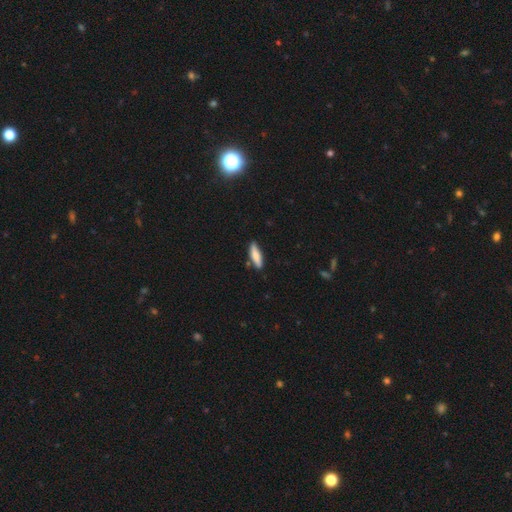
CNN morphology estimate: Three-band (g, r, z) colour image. It shows a smooth galaxy with no disk features (78%) that is cigar-shaped (64%). Merging: none (81%).